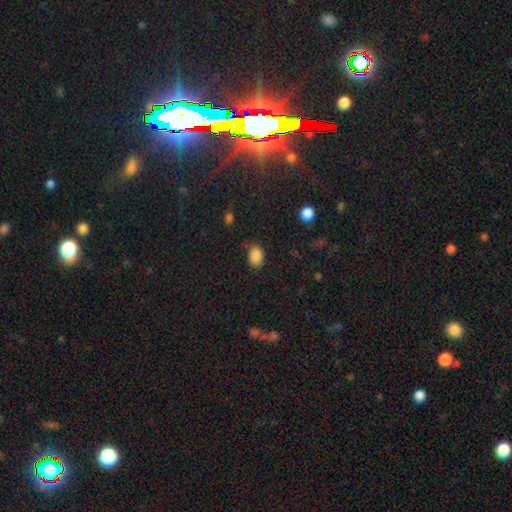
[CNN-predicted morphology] The model was most divided on "how rounded": in between: 71%, round: 28%, cigar-shaped: 1%. More confident: smooth or featured — smooth (86%); merging — none (72%).